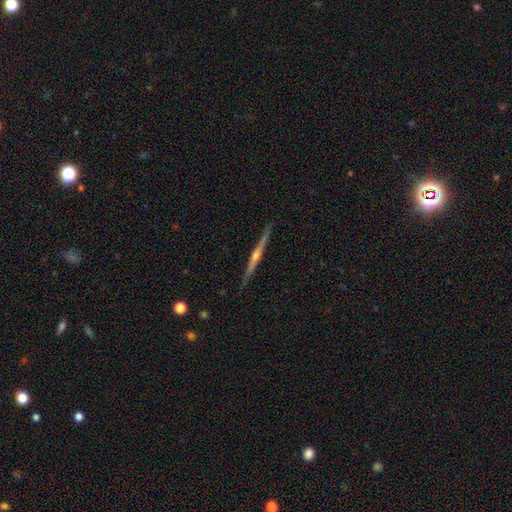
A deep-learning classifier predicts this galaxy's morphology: type=featured or disk (81%); edge-on=yes (98%); edge-on bulge=rounded (81%); merging=none (90%).